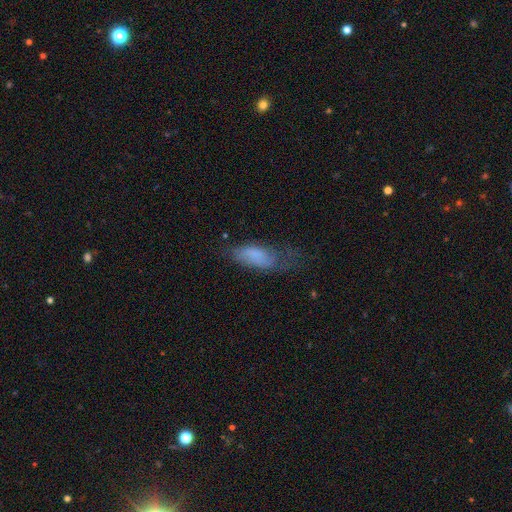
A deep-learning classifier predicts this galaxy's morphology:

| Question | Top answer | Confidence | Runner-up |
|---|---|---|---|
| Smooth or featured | smooth | 69% | featured or disk (22%) |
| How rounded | in between | 76% | cigar-shaped (21%) |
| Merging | none | 35% | minor disturbance (33%) |